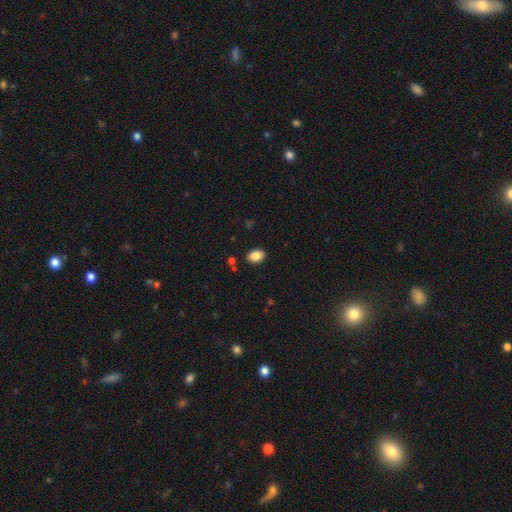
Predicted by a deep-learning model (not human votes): Smooth or featured: smooth — 87% (star or artifact — 8%)
How rounded: in between — 83% (round — 16%)
Merging: none — 87% (minor disturbance — 8%)